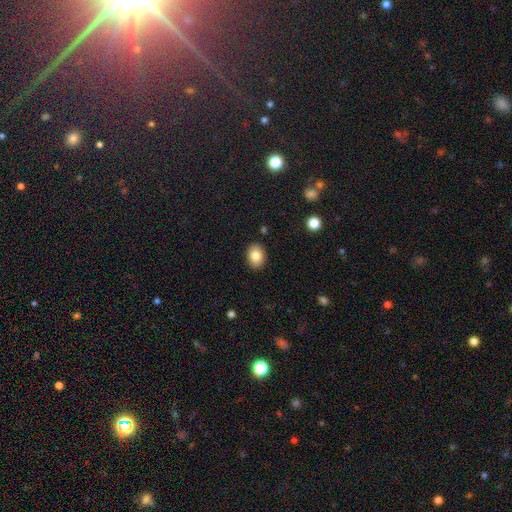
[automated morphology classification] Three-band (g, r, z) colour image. It shows a smooth galaxy with no disk features (83%) that is in between round and cigar-shaped (64%). Merging: none (89%).